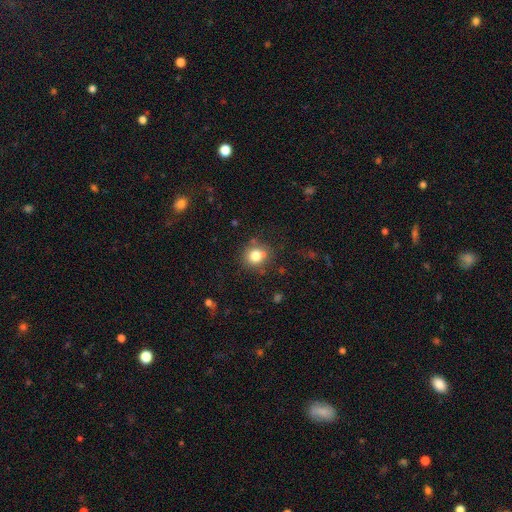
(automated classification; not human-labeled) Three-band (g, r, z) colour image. It shows a smooth galaxy with no disk features (79%) that is round (80%). Merging: none (74%).